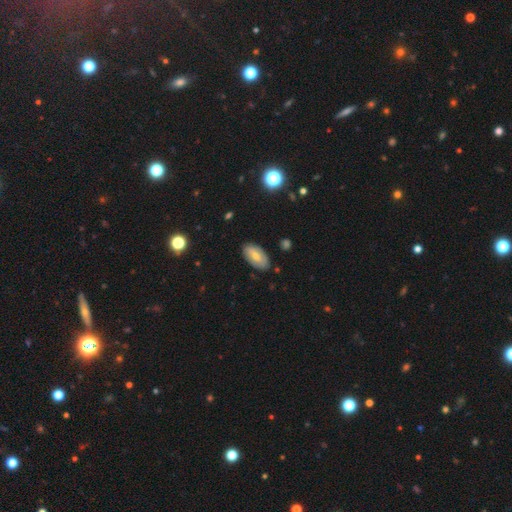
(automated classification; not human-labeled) Smooth or featured?
  - smooth: 63% *
  - featured or disk: 29%
  - star or artifact: 7%
How rounded?
  - in between: 93% *
  - cigar-shaped: 4%
  - round: 3%
Merging?
  - none: 83% *
  - minor disturbance: 13%
  - major disturbance: 2%
  - merger: 1%